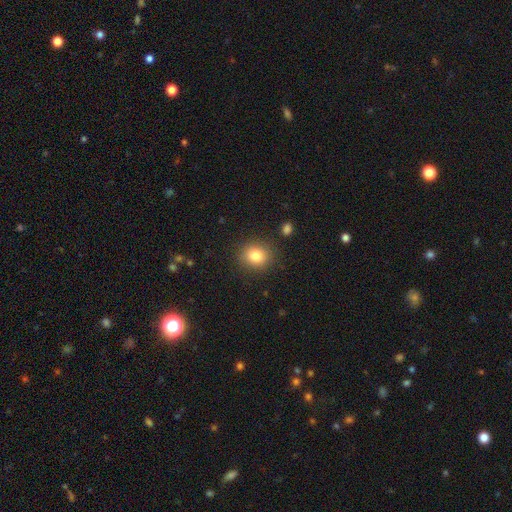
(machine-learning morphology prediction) Smooth or featured? smooth (82%)
How rounded? round (74%)
Merging? none (87%)